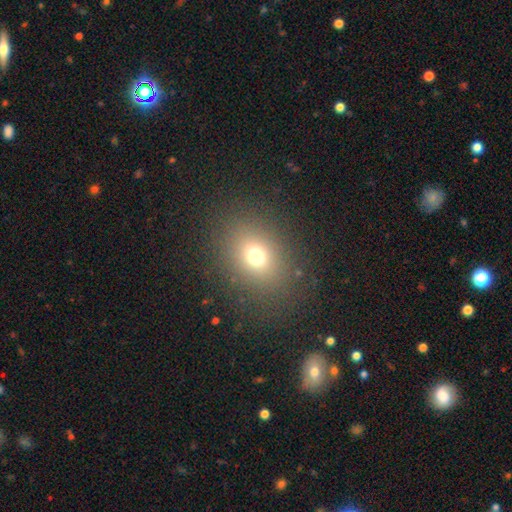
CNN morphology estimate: Smooth or featured?
  - smooth: 70% *
  - star or artifact: 19%
  - featured or disk: 11%
How rounded?
  - round: 52% *
  - in between: 47%
  - cigar-shaped: 1%
Merging?
  - none: 84% *
  - minor disturbance: 9%
  - major disturbance: 6%
  - merger: 2%